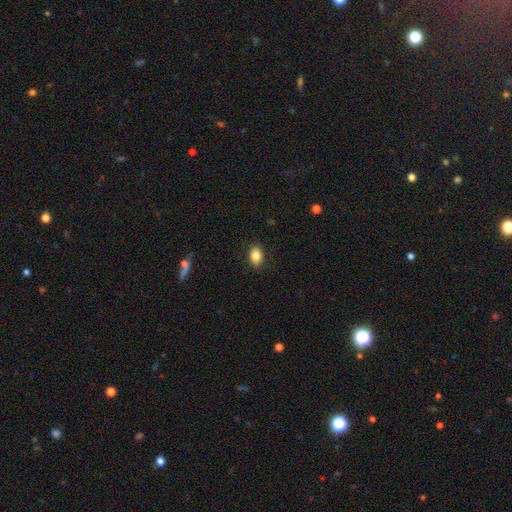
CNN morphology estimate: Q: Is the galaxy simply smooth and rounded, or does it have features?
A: smooth — 85%.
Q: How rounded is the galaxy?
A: in between — 80%.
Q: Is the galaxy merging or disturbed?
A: none — 88%.